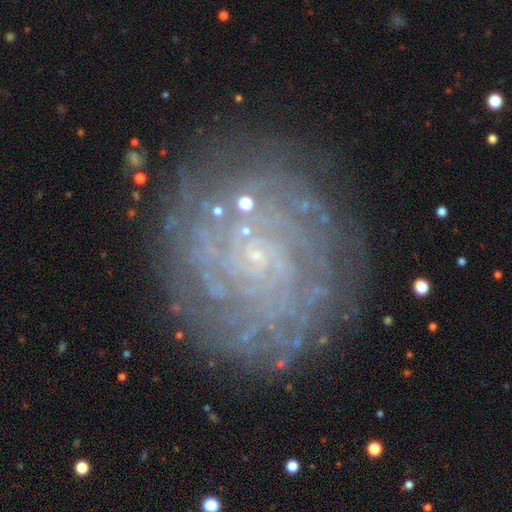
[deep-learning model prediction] Q: Smooth or featured?
A: featured or disk (74%); runner-up: smooth (13%)
Q: Edge-on disk?
A: no (97%); runner-up: yes (3%)
Q: Bar?
A: no (77%); runner-up: weak (18%)
Q: Spiral arms?
A: yes (90%); runner-up: no (10%)
Q: Spiral winding?
A: tight (79%); runner-up: medium (16%)
Q: Spiral arm count?
A: can't tell (40%); runner-up: more than 4 (20%)
Q: Bulge size?
A: small (83%); runner-up: none (10%)
Q: Merging?
A: none (81%); runner-up: minor disturbance (12%)